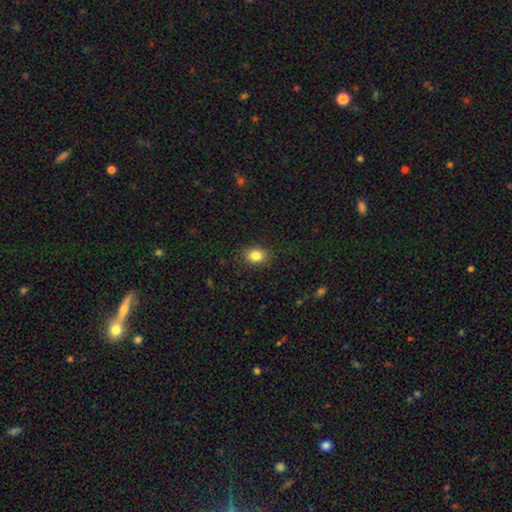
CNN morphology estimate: The model was most divided on "how rounded": in between: 53%, round: 46%, cigar-shaped: 1%. More confident: merging — none (88%); smooth or featured — smooth (85%).